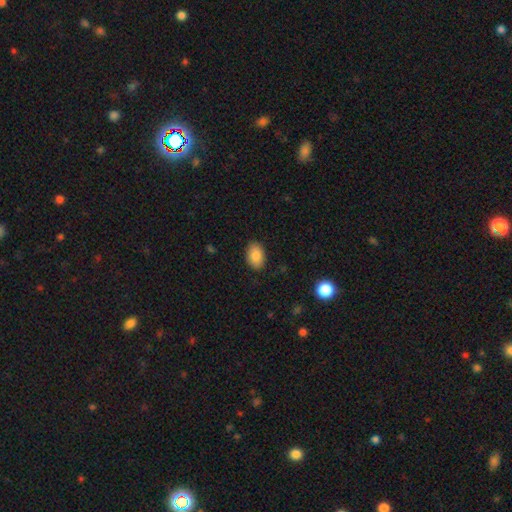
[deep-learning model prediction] A smooth galaxy with no disk features (87%) that is in between round and cigar-shaped (88%). Merging: none (87%).